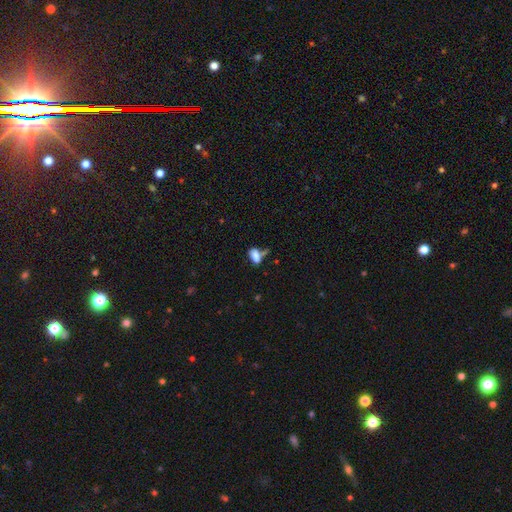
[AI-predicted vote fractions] Overall: smooth (79%). How rounded: in between (87%). Merging: none (39%; merger 30%).